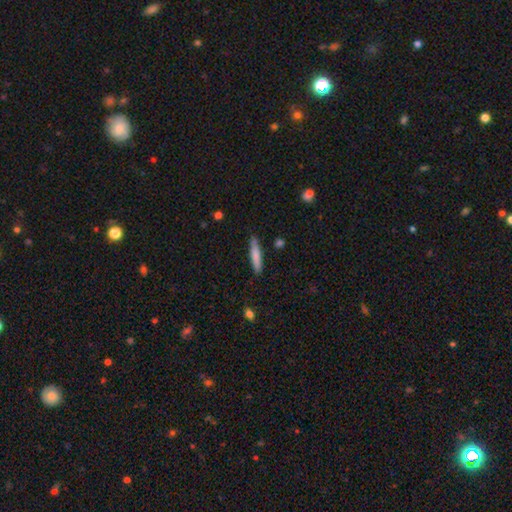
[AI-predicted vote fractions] This appears to be a smooth galaxy with no disk features (77%) that is cigar-shaped (88%). Merging: none (82%).